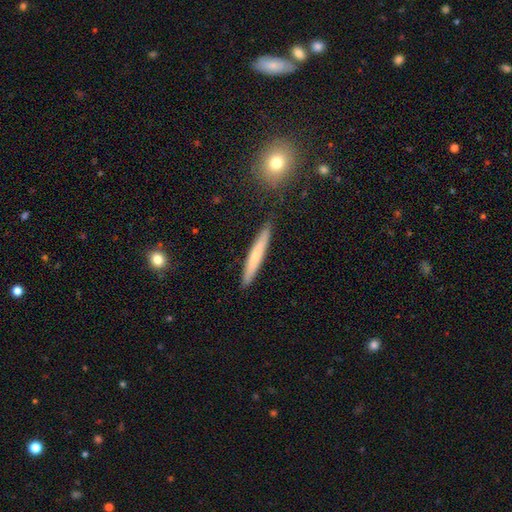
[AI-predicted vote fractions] The model was most divided on "smooth or featured": smooth: 63%, featured or disk: 31%, star or artifact: 6%. More confident: how rounded — cigar-shaped (95%); merging — none (88%).